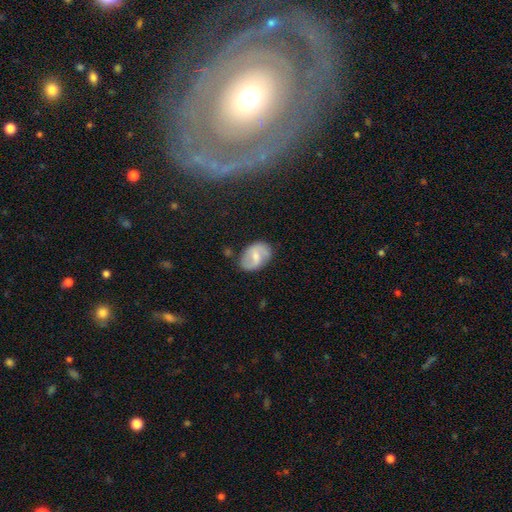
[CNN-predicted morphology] Overall: featured or disk (56%; smooth 37%). Edge-on disk: no (97%). Bar: weak (54%; no 23%). Spiral arms: yes (79%). Bulge size: moderate (47%; small 41%). Merging: none (73%).